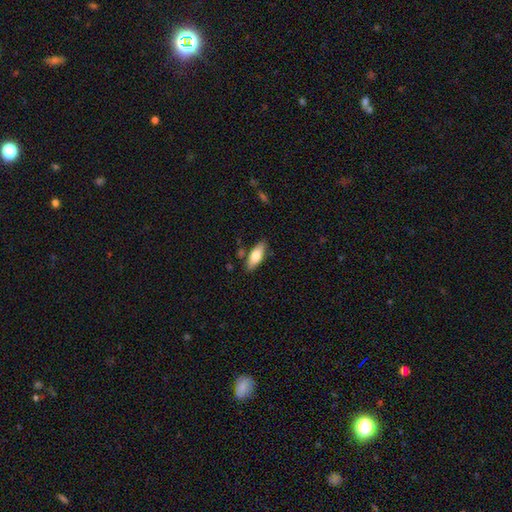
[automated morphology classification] A smooth galaxy with no disk features (74%) that is in between round and cigar-shaped (75%).

Vote fractions:
- Smooth or featured? smooth: 74% / featured or disk: 20% / star or artifact: 6%
- How rounded? in between: 75% / cigar-shaped: 23% / round: 2%
- Merging? none: 80% / minor disturbance: 13% / merger: 4% / major disturbance: 3%